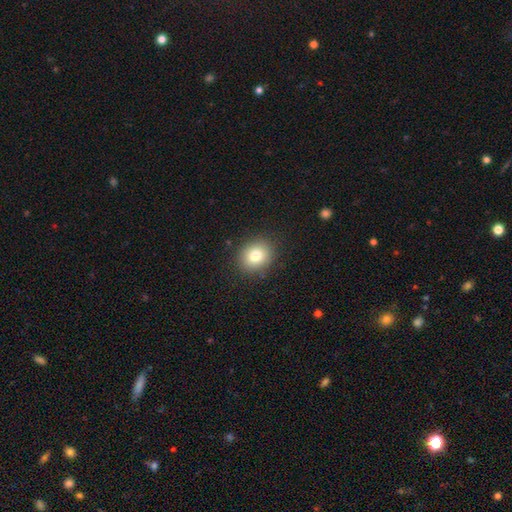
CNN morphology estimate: Overall: smooth (80%). How rounded: round (65%; in between 34%). Merging: none (88%).